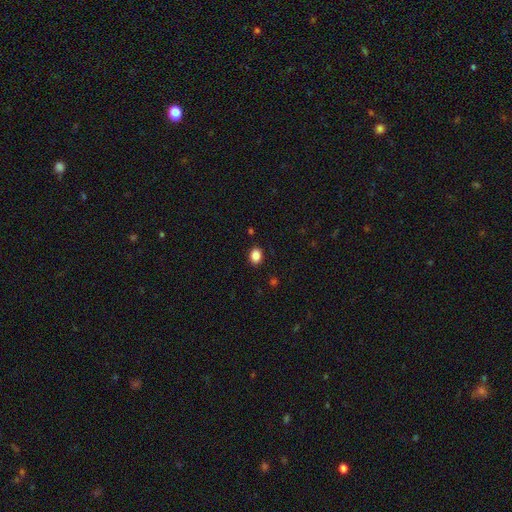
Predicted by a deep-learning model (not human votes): A smooth galaxy with no disk features (87%) that is in between round and cigar-shaped (61%). Merging: none (89%).